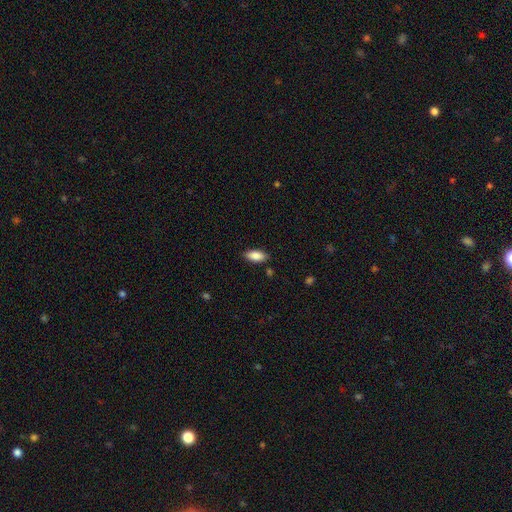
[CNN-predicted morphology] smooth 88%, star or artifact 7%, featured or disk 6%. Down the decision tree: how rounded — in between (87%); merging — none (84%).